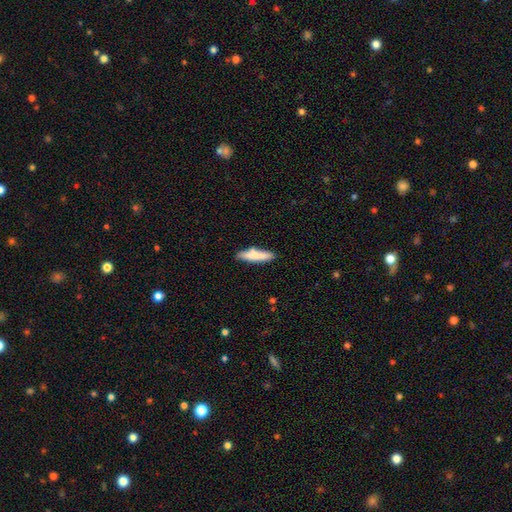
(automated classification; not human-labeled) Smooth or featured? Predicted: smooth (p=0.77). How rounded? Predicted: cigar-shaped (p=0.78). Merging? Predicted: none (p=0.77).